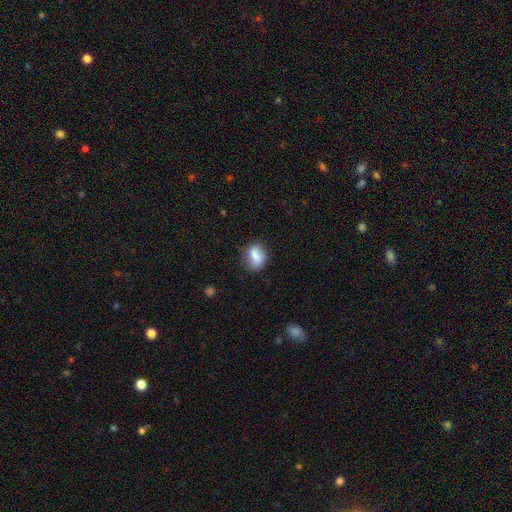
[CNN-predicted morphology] type=smooth (76%); roundness=in between (68%); merging=none (64%).